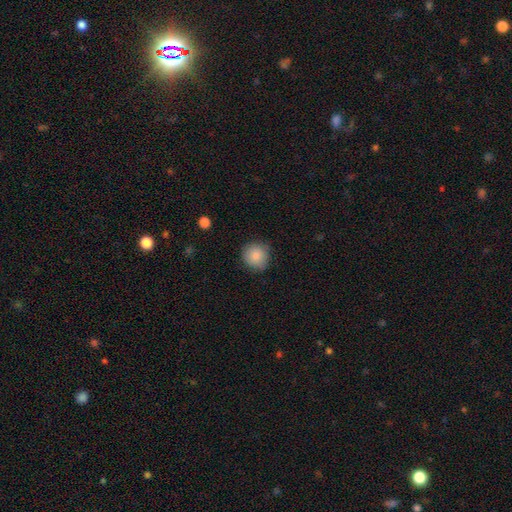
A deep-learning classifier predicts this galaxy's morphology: Smooth or featured? smooth (84%)
How rounded? round (91%)
Merging? none (82%)